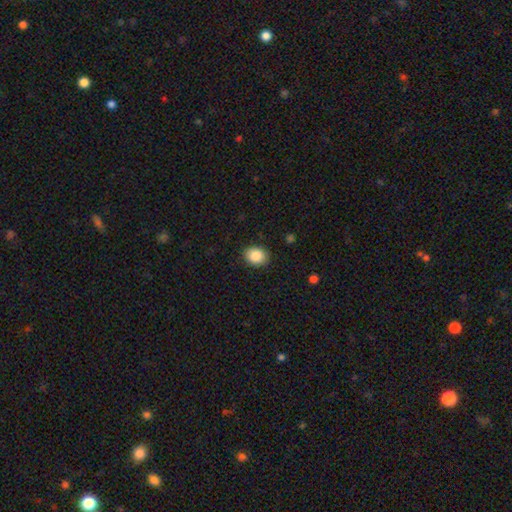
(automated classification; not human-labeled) Morphology: type=smooth (86%); roundness=in between (54%); merging=none (89%).